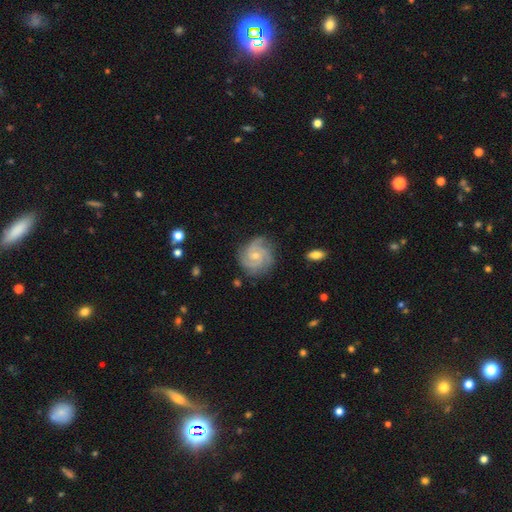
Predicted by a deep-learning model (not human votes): This appears to be a featured or disk galaxy (86%) with no bar (69%), 3 (48%) tight (61%) spiral arms (98%) and a small central bulge (62%). Merging: none (78%).